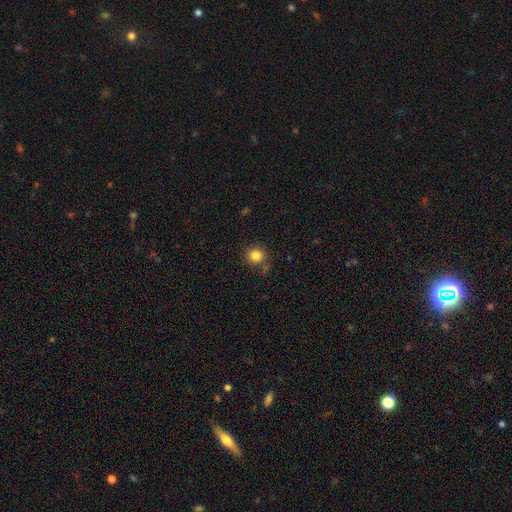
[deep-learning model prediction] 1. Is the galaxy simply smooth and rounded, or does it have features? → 83% smooth, 11% star or artifact, 6% featured or disk.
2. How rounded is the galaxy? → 90% round, 9% in between, 1% cigar-shaped.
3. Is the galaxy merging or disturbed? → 79% none, 11% minor disturbance, 5% merger, 4% major disturbance.